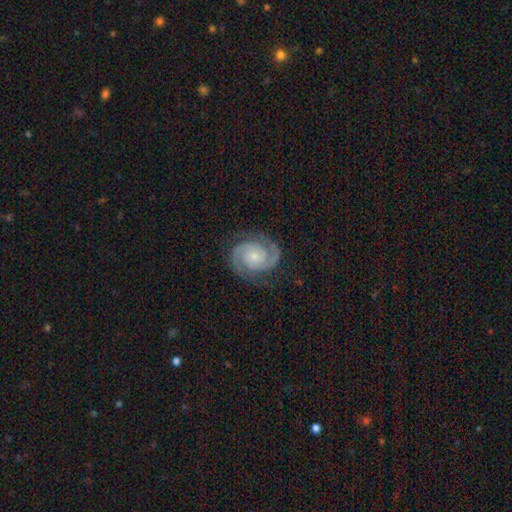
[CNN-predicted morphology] The model was most divided on "bulge size": small: 57%, moderate: 34%, none: 5%, large: 2%, dominant: 1%. More confident: spiral arms — yes (99%); edge-on disk — no (98%); spiral arm count — 2 (93%); smooth or featured — featured or disk (92%); merging — none (84%); bar — no (70%); spiral winding — tight (64%).